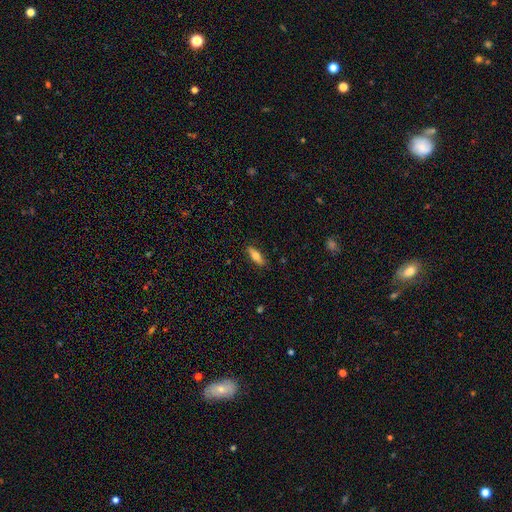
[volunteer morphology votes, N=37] Smooth or featured? smooth (70%)
How rounded? in between (73%)
Merging? none (94%)